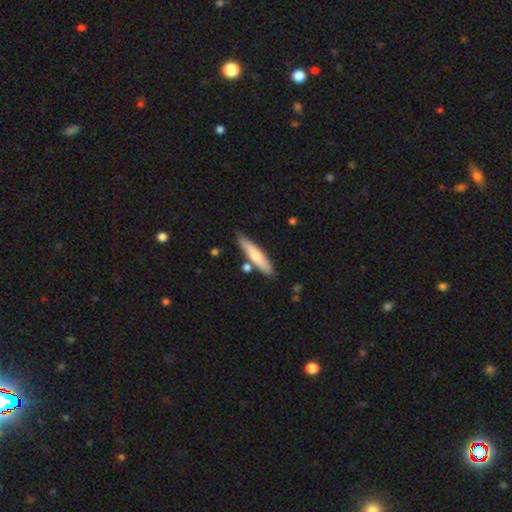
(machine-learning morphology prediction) smooth_or_featured: smooth (p=0.62) [alt: featured or disk p=0.33]
how_rounded: cigar-shaped (p=0.83) [alt: in between p=0.16]
merging: none (p=0.79) [alt: minor disturbance p=0.12]